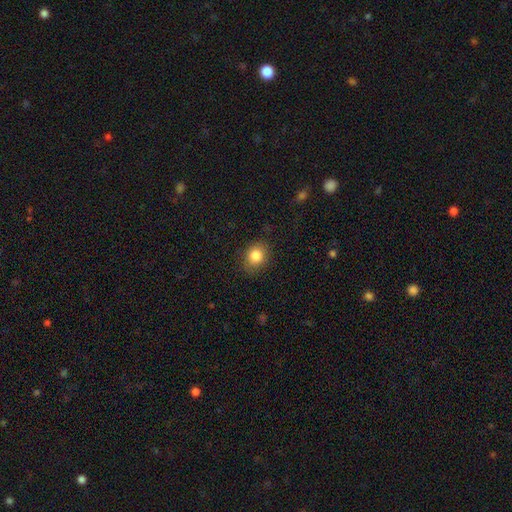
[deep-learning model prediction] A smooth galaxy with no disk features (84%) that is round (65%).

Vote fractions:
- Smooth or featured? smooth: 84% / star or artifact: 10% / featured or disk: 6%
- How rounded? round: 65% / in between: 34% / cigar-shaped: 1%
- Merging? none: 83% / minor disturbance: 12% / major disturbance: 3% / merger: 1%